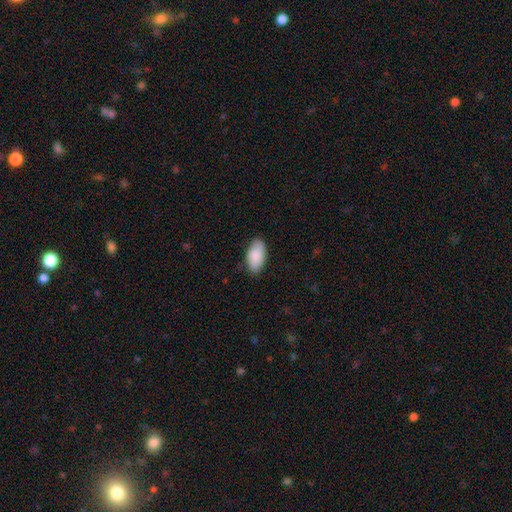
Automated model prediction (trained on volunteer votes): A smooth galaxy with no disk features (88%) that is in between round and cigar-shaped (95%). Merging: none (82%).